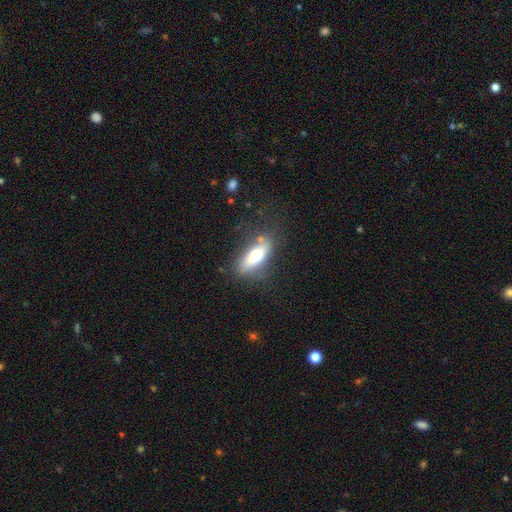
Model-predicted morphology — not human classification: smooth 65%, featured or disk 28%, star or artifact 7%. Down the decision tree: how rounded — in between (66%); merging — none (72%).